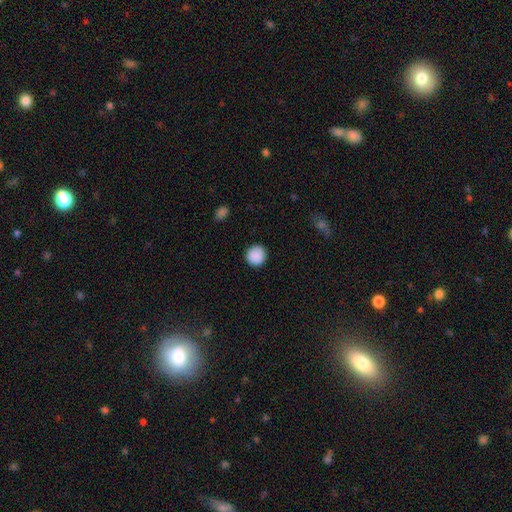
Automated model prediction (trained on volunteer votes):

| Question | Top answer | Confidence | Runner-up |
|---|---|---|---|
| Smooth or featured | smooth | 90% | star or artifact (8%) |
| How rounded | round | 94% | in between (5%) |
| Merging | none | 92% | minor disturbance (5%) |